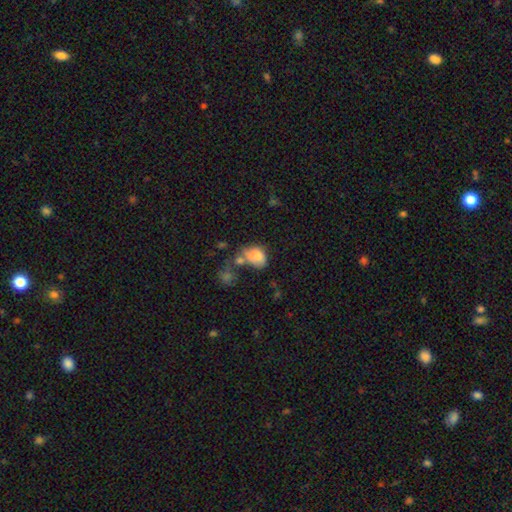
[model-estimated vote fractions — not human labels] Smooth or featured? Predicted: smooth (p=0.77). How rounded? Predicted: in between (p=0.72). Merging? Predicted: merger (p=0.37).